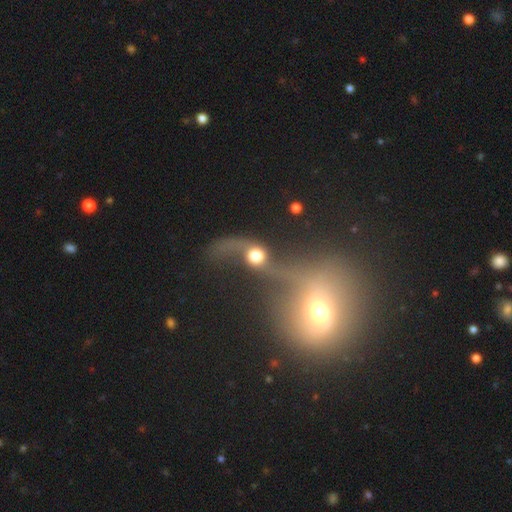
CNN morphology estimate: Smooth or featured? featured or disk (45%)
Merging? merger (43%)